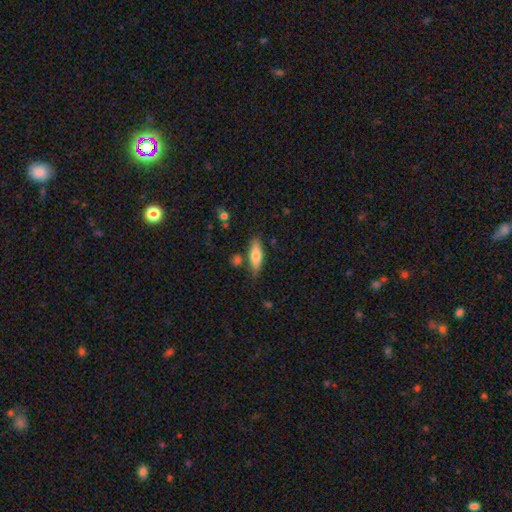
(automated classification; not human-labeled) Smooth or featured?
  - smooth: 70% *
  - featured or disk: 23%
  - star or artifact: 6%
How rounded?
  - in between: 52% *
  - cigar-shaped: 46%
  - round: 2%
Merging?
  - none: 75% *
  - minor disturbance: 15%
  - merger: 6%
  - major disturbance: 3%